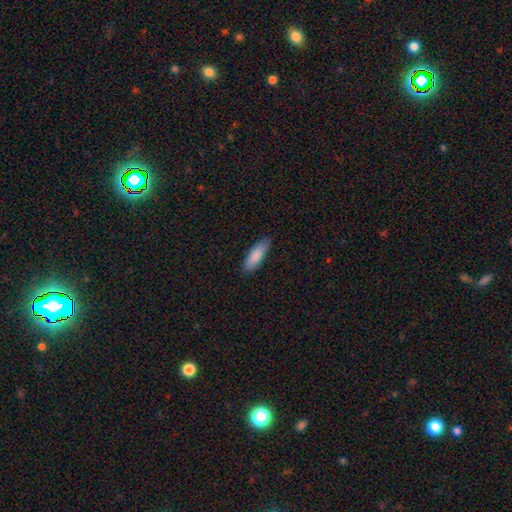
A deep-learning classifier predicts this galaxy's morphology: smooth_or_featured: smooth (p=0.87) [alt: featured or disk p=0.08]
how_rounded: in between (p=0.55) [alt: cigar-shaped p=0.43]
merging: none (p=0.86) [alt: minor disturbance p=0.12]